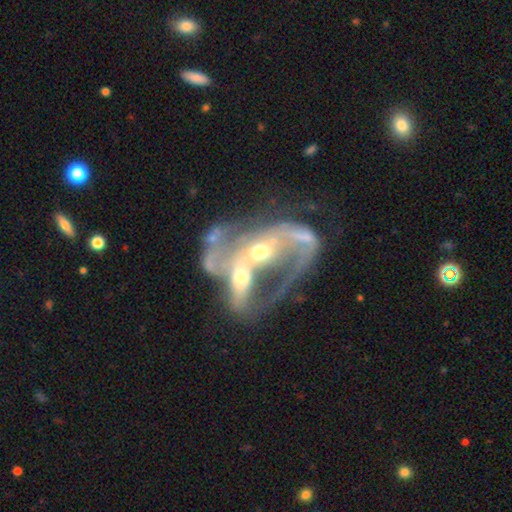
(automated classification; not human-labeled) Smooth or featured?
  - featured or disk: 85% *
  - smooth: 8%
  - star or artifact: 7%
Edge-on disk?
  - no: 96% *
  - yes: 4%
Bar?
  - no: 47% *
  - weak: 28%
  - strong: 25%
Spiral arms?
  - yes: 77% *
  - no: 23%
Spiral winding?
  - loose: 42% *
  - medium: 41%
  - tight: 17%
Spiral arm count?
  - 2: 62% *
  - can't tell: 15%
  - 1: 13%
  - 3: 5%
  - 4: 2%
  - more than 4: 2%
Bulge size?
  - moderate: 54% *
  - small: 35%
  - large: 5%
  - none: 4%
  - dominant: 2%
Merging?
  - merger: 62% *
  - major disturbance: 17%
  - none: 13%
  - minor disturbance: 8%